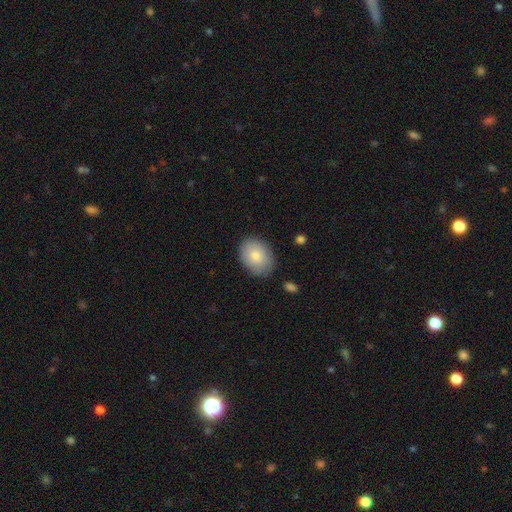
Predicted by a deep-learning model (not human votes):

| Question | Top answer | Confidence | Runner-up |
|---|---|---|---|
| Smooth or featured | smooth | 83% | featured or disk (11%) |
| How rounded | in between | 74% | round (26%) |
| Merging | none | 82% | minor disturbance (14%) |